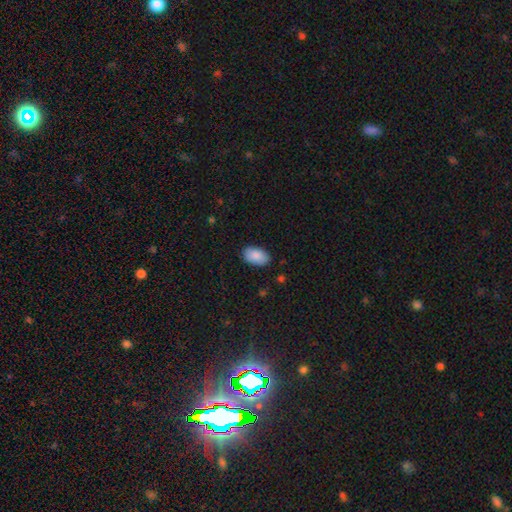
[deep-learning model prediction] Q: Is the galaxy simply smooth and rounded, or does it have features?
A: smooth — 89%.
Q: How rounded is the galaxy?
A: in between — 93%.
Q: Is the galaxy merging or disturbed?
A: none — 85%.